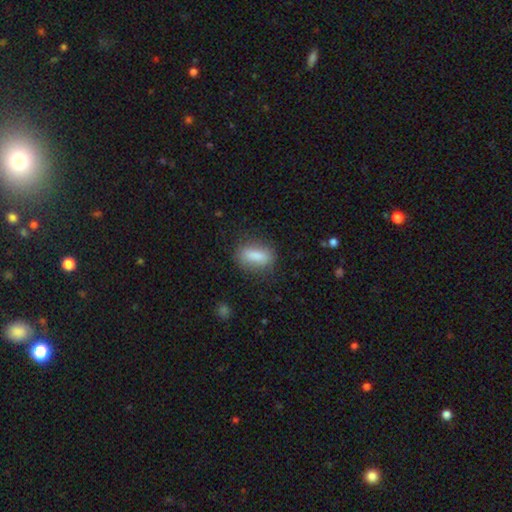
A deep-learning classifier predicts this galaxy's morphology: smooth 81%, featured or disk 11%, star or artifact 8%. Down the decision tree: how rounded — in between (75%); merging — none (80%).